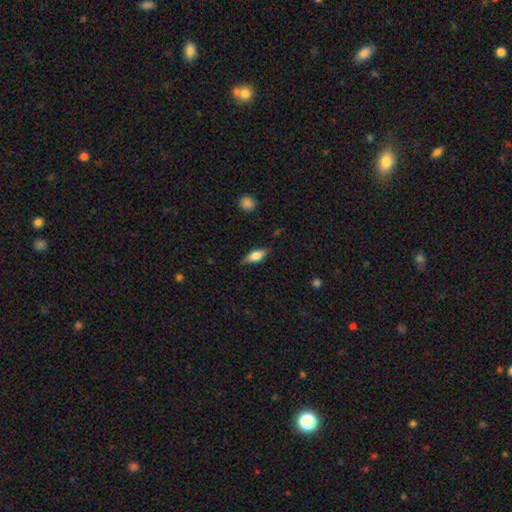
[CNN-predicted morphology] Smooth or featured?
  - smooth: 57% *
  - featured or disk: 36%
  - star or artifact: 7%
How rounded?
  - in between: 72% *
  - cigar-shaped: 23%
  - round: 4%
Merging?
  - none: 80% *
  - minor disturbance: 15%
  - major disturbance: 3%
  - merger: 1%